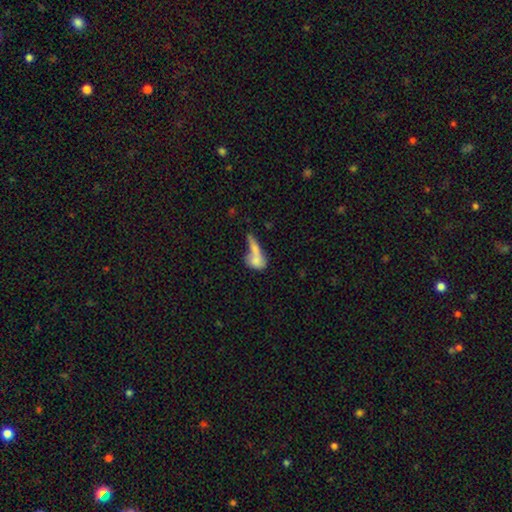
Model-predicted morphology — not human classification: This is likely a smooth galaxy (67%). How rounded: likely in between (61%). Merging: possibly merger (51%).